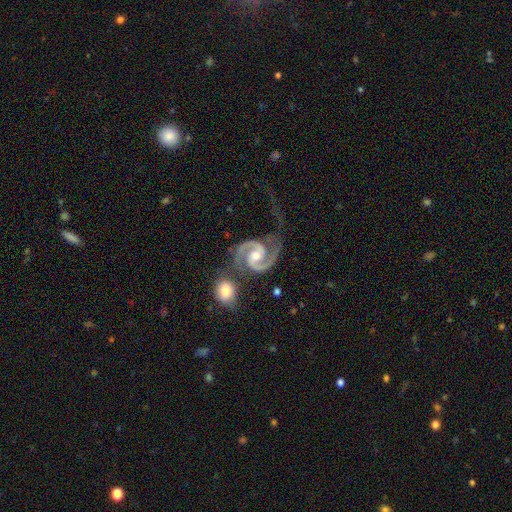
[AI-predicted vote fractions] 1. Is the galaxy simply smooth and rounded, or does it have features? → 94% featured or disk, 4% star or artifact, 3% smooth.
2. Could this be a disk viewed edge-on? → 98% no, 2% yes.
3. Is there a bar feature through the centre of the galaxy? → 42% no, 41% weak, 18% strong.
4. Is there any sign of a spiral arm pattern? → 99% yes, 1% no.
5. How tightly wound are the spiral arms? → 62% medium, 27% tight, 12% loose.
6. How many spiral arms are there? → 94% 2, 1% 3, 1% can't tell, 1% 1, 1% 4, 1% more than 4.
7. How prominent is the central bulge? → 65% moderate, 26% small, 6% large, 2% none, 1% dominant.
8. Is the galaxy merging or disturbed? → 50% none, 19% merger, 19% minor disturbance, 11% major disturbance.